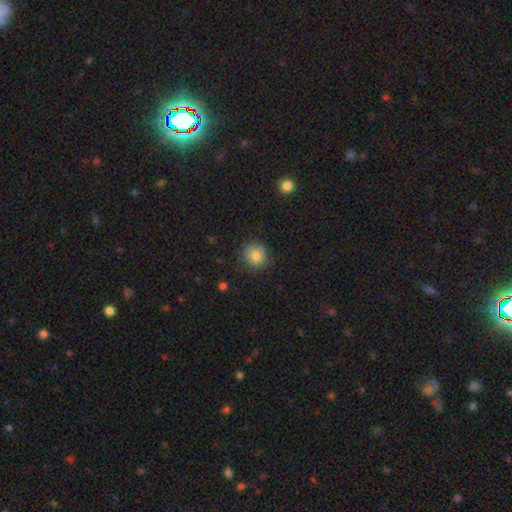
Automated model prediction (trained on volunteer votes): smooth 84%, star or artifact 10%, featured or disk 6%. Down the decision tree: how rounded — round (90%); merging — none (84%).